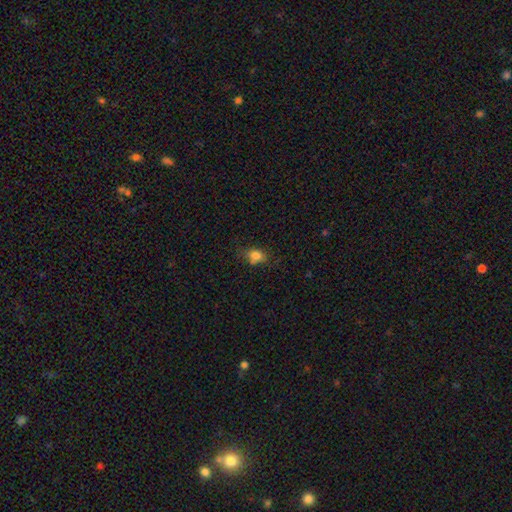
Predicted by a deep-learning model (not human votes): Overall: smooth (79%). How rounded: in between (69%). Merging: none (60%; minor disturbance 24%).